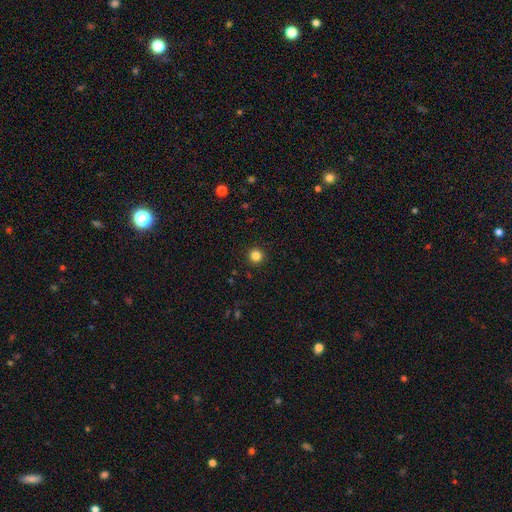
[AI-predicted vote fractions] Q: Smooth or featured?
A: smooth (84%); runner-up: star or artifact (12%)
Q: How rounded?
A: round (96%); runner-up: in between (3%)
Q: Merging?
A: none (93%); runner-up: minor disturbance (4%)